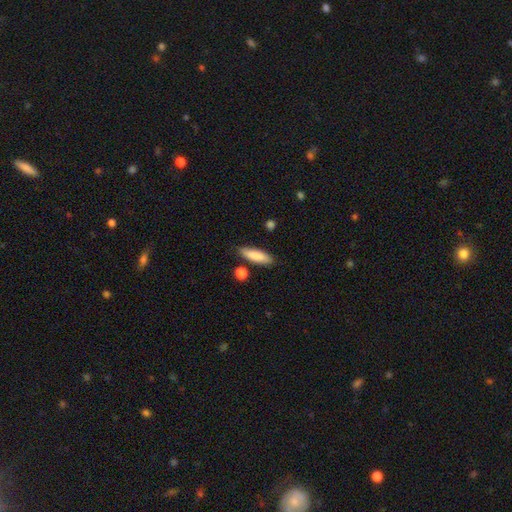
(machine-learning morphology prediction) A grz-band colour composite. It shows a smooth galaxy with no disk features (85%) that is cigar-shaped (53%). Merging: none (82%).